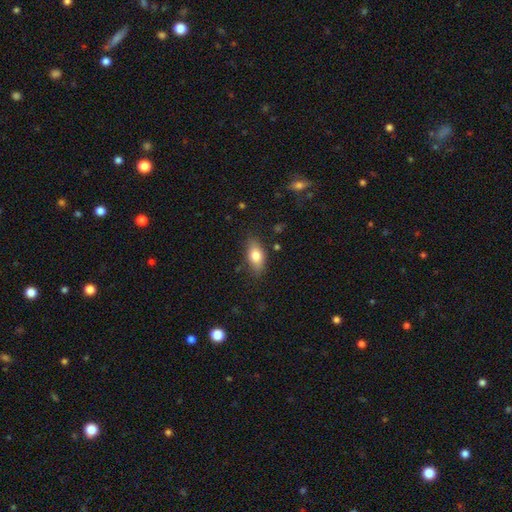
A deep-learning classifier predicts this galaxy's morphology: smooth_or_featured: smooth (p=0.77) [alt: featured or disk p=0.15]
how_rounded: in between (p=0.85) [alt: cigar-shaped p=0.09]
merging: none (p=0.81) [alt: minor disturbance p=0.14]